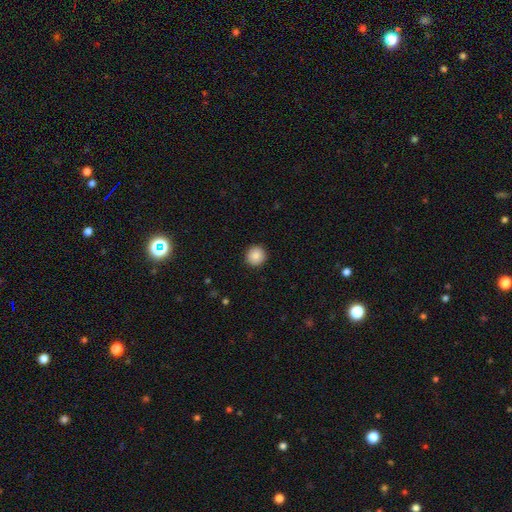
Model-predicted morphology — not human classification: smooth 87%, star or artifact 8%, featured or disk 5%. Down the decision tree: how rounded — round (93%); merging — none (92%).